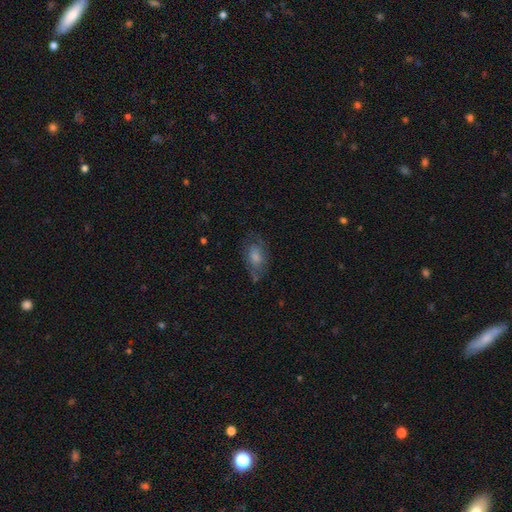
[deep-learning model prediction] A featured or disk galaxy (45%). Merging: none (66%).